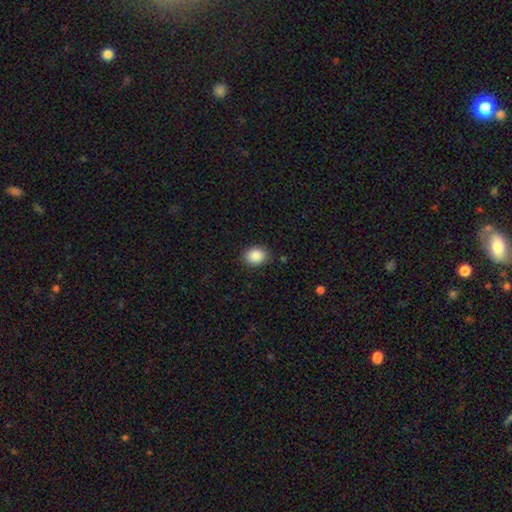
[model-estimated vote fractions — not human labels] The model was most divided on "how rounded": in between: 57%, round: 42%, cigar-shaped: 1%. More confident: smooth or featured — smooth (88%); merging — none (87%).